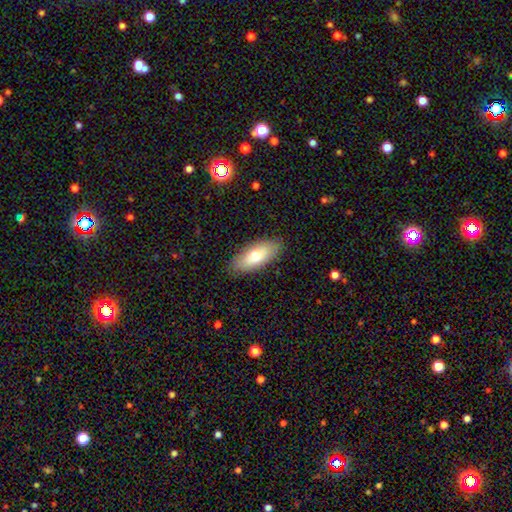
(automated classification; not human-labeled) Smooth or featured? smooth (70%)
How rounded? in between (79%)
Merging? none (88%)